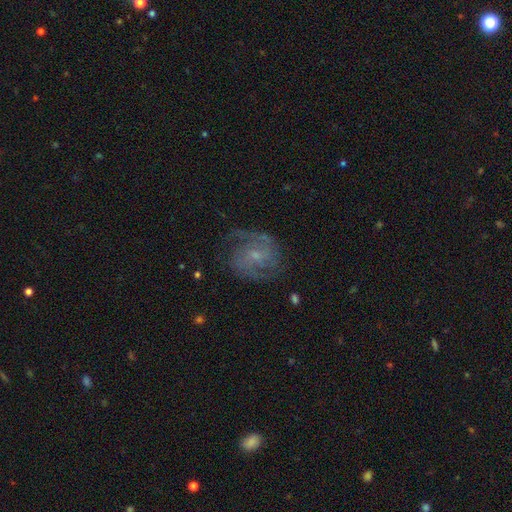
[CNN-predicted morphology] featured or disk 81%, smooth 11%, star or artifact 8%. Down the decision tree: edge-on disk — no (98%); bar — no (53%); spiral arms — yes (94%); spiral arm count — 2 (71%); spiral winding — medium (49%); bulge size — small (72%); merging — none (71%).